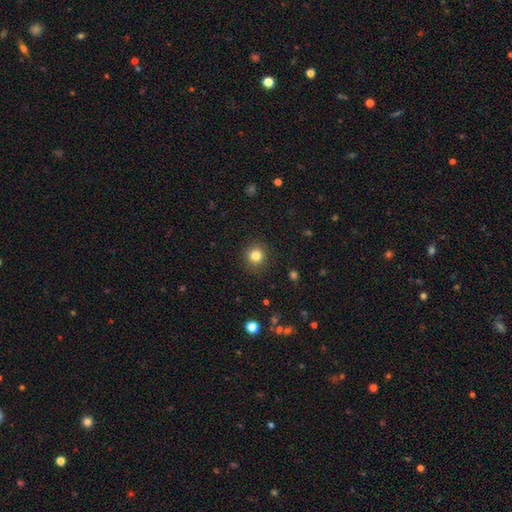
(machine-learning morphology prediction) smooth 83%, star or artifact 12%, featured or disk 6%. Down the decision tree: how rounded — round (92%); merging — none (90%).